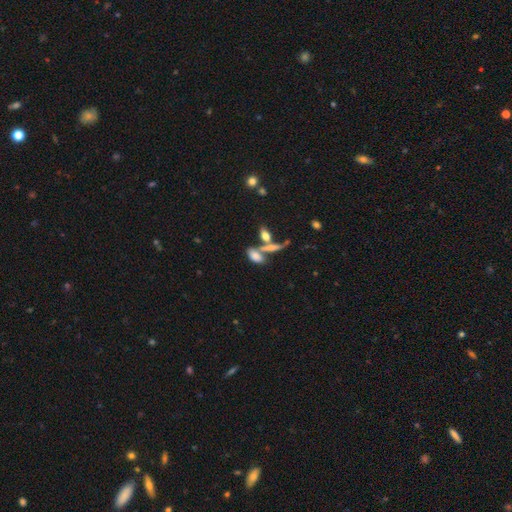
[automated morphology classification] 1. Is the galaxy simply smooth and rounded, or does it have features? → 71% smooth, 19% featured or disk, 10% star or artifact.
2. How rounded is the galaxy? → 78% in between, 16% cigar-shaped, 5% round.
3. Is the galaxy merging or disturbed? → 45% merger, 37% none, 11% minor disturbance, 7% major disturbance.